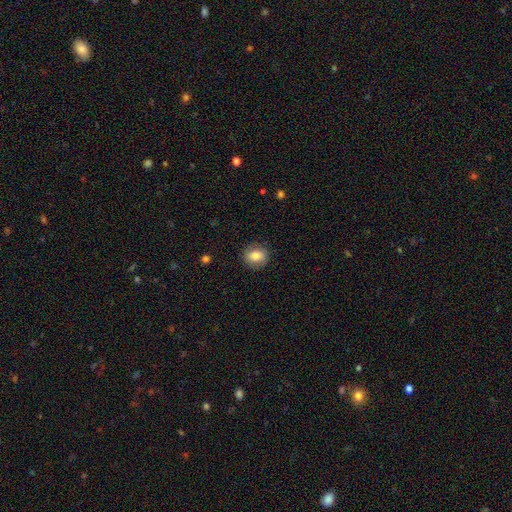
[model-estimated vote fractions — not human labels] Smooth or featured: smooth — 78% (featured or disk — 13%)
How rounded: round — 63% (in between — 36%)
Merging: none — 84% (minor disturbance — 11%)